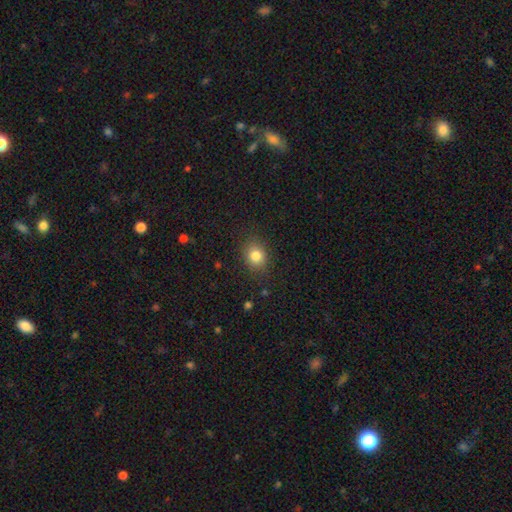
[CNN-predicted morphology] Q: Smooth or featured?
A: smooth (82%); runner-up: star or artifact (11%)
Q: How rounded?
A: round (60%); runner-up: in between (39%)
Q: Merging?
A: none (85%); runner-up: minor disturbance (11%)